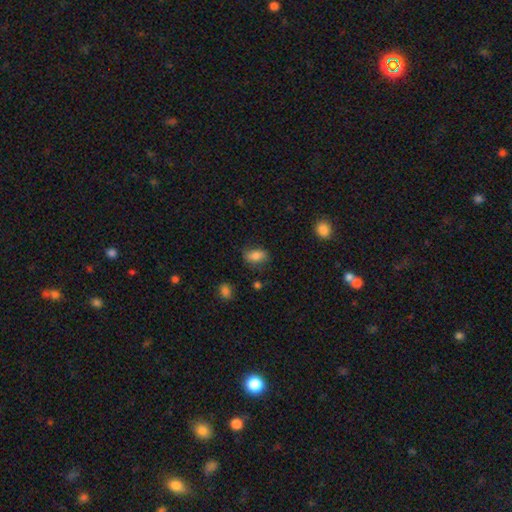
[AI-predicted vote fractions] smooth-or-featured: smooth: 81% | featured or disk: 10% | star or artifact: 9%
  how-rounded: in between: 87% | round: 9% | cigar-shaped: 4%
  merging: none: 71% | minor disturbance: 21% | major disturbance: 6% | merger: 2%